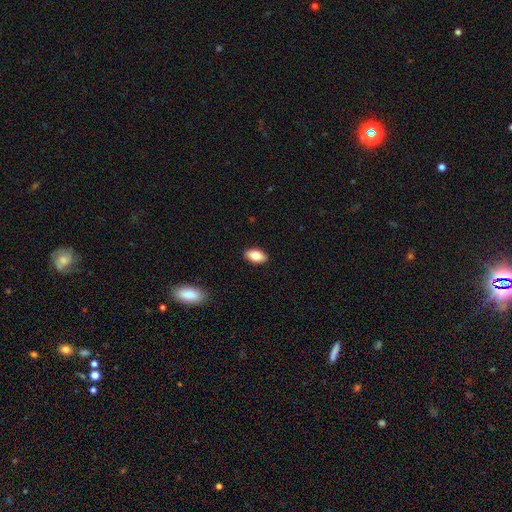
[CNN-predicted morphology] smooth-or-featured: smooth: 82% | featured or disk: 11% | star or artifact: 7%
  how-rounded: in between: 92% | cigar-shaped: 4% | round: 4%
  merging: none: 90% | minor disturbance: 7% | major disturbance: 2% | merger: 1%